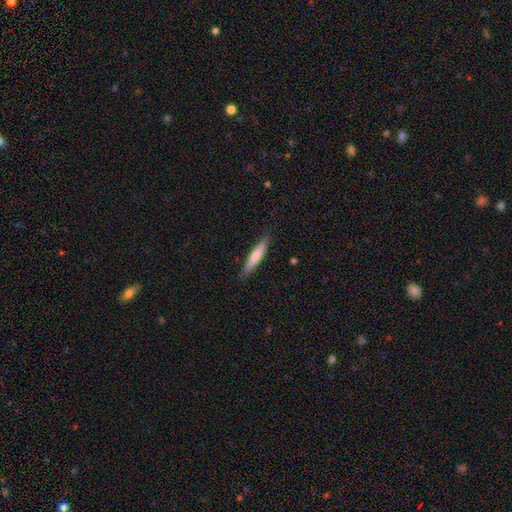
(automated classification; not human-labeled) Smooth or featured?
  - smooth: 71% *
  - featured or disk: 23%
  - star or artifact: 5%
How rounded?
  - cigar-shaped: 89% *
  - in between: 10%
  - round: 1%
Merging?
  - none: 87% *
  - minor disturbance: 10%
  - major disturbance: 2%
  - merger: 1%